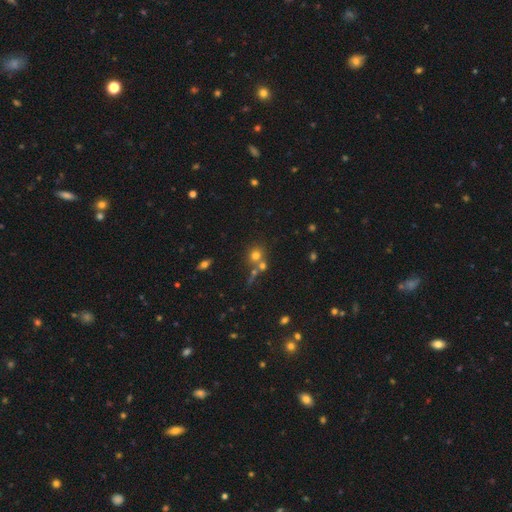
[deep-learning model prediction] Overall: smooth (69%). How rounded: round (83%). Merging: none (51%; merger 36%).